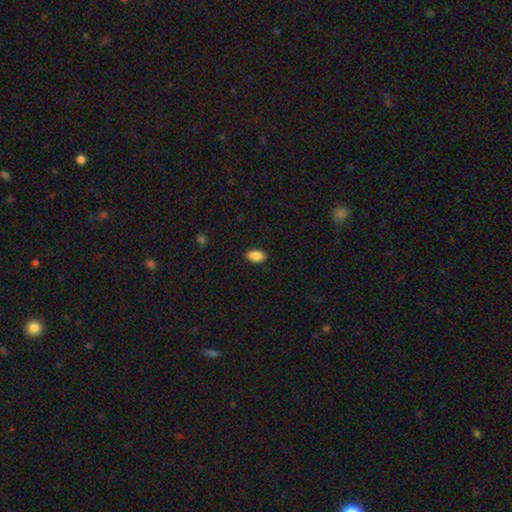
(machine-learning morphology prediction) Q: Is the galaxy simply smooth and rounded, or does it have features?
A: smooth — 88%.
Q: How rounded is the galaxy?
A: in between — 93%.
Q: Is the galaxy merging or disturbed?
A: none — 89%.